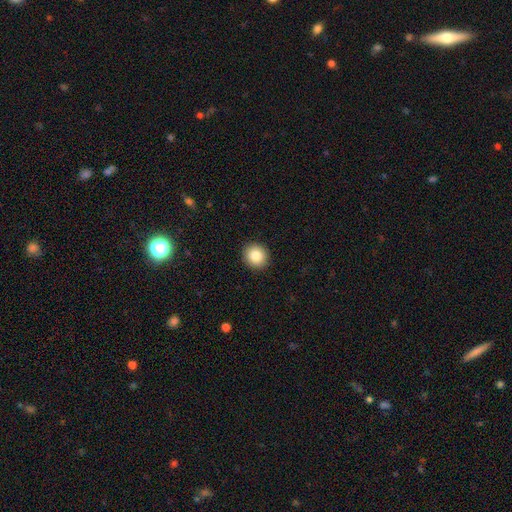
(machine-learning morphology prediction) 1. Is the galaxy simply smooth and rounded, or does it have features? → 85% smooth, 9% star or artifact, 7% featured or disk.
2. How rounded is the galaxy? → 88% round, 11% in between, 1% cigar-shaped.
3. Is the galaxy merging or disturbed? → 92% none, 5% minor disturbance, 2% major disturbance, 1% merger.